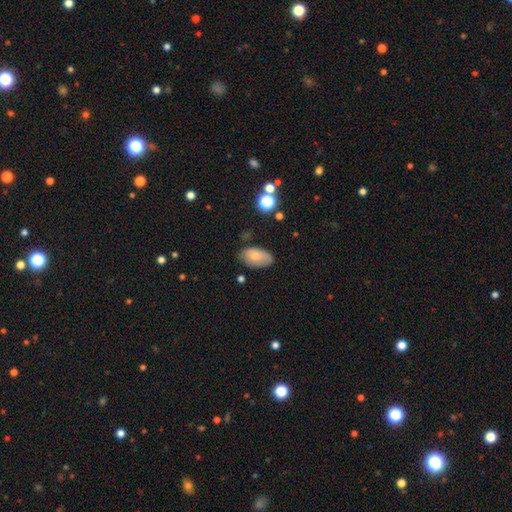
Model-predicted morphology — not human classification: smooth 75%, featured or disk 16%, star or artifact 8%. Down the decision tree: how rounded — in between (93%); merging — none (68%).